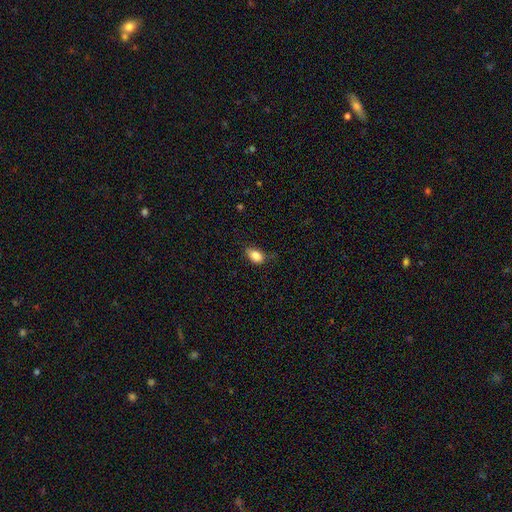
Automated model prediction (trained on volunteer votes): A smooth galaxy with no disk features (86%) that is in between round and cigar-shaped (86%).

Vote fractions:
- Smooth or featured? smooth: 86% / star or artifact: 8% / featured or disk: 6%
- How rounded? in between: 86% / round: 12% / cigar-shaped: 2%
- Merging? none: 71% / minor disturbance: 23% / major disturbance: 5% / merger: 1%